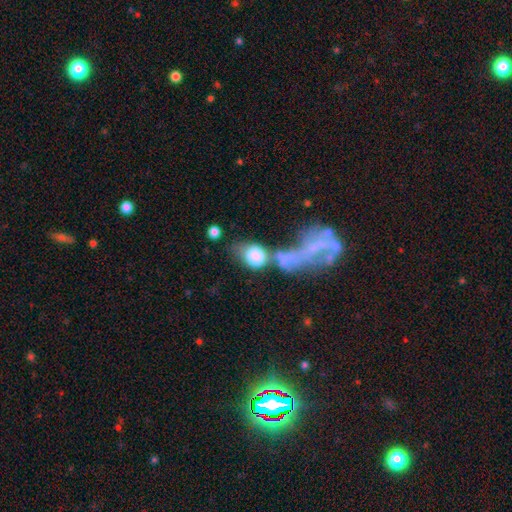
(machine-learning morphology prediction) type=smooth (71%); roundness=in between (62%); merging=merger (49%).